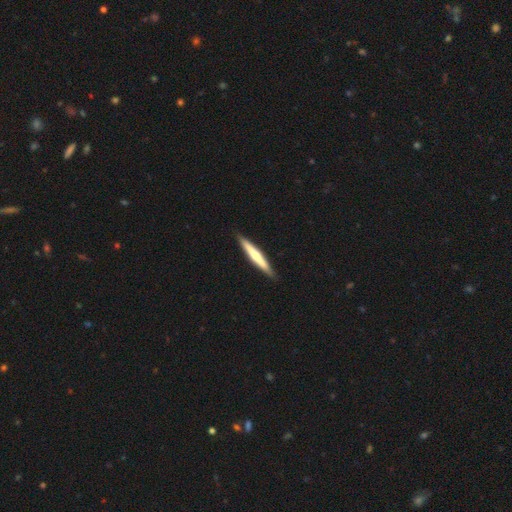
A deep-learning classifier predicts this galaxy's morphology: This is possibly a featured or disk galaxy (49%). Merging: clearly none (90%).